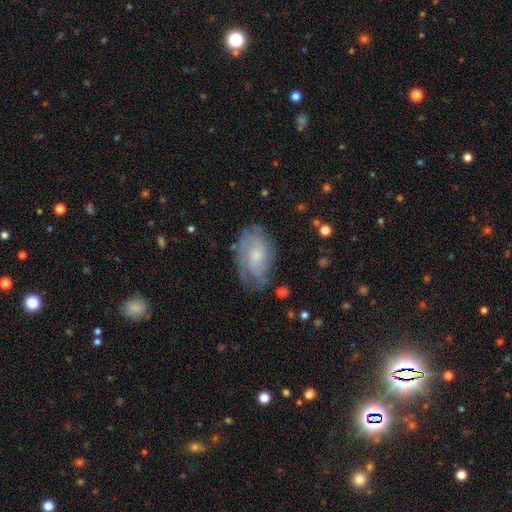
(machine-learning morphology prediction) Smooth or featured: featured or disk — 62% (smooth — 30%)
Edge-on disk: no — 96% (yes — 4%)
Bar: no — 76% (weak — 22%)
Spiral arms: yes — 82% (no — 18%)
Bulge size: small — 46% (moderate — 38%)
Merging: none — 63% (minor disturbance — 24%)